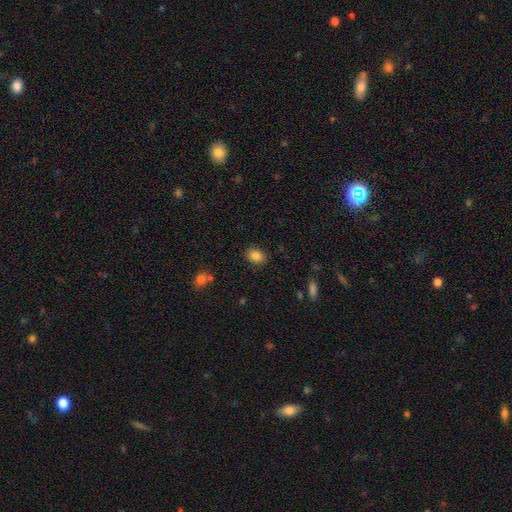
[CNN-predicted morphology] A smooth galaxy with no disk features (85%) that is in between round and cigar-shaped (70%). Merging: none (86%).